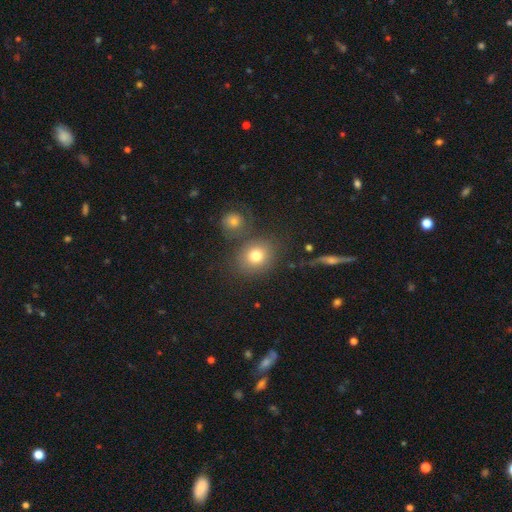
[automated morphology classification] Smooth or featured: smooth — 76% (star or artifact — 12%)
How rounded: round — 71% (in between — 28%)
Merging: none — 68% (merger — 15%)